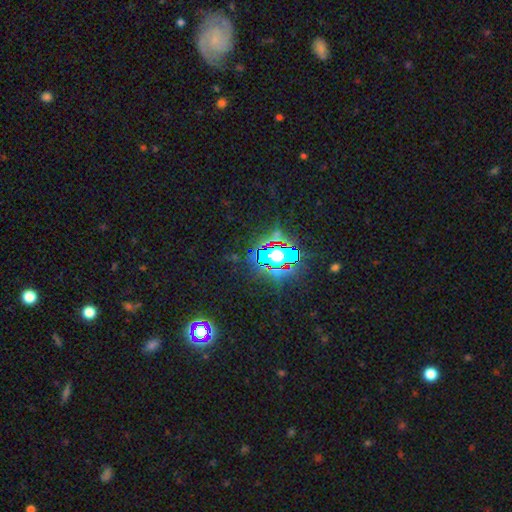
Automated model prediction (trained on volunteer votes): This appears to be a star or artifact, not a galaxy (79%).